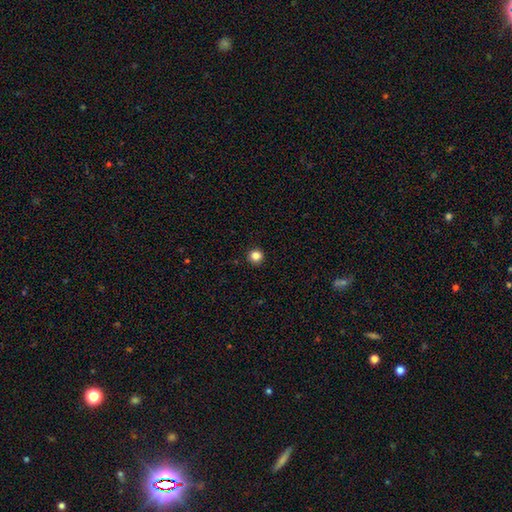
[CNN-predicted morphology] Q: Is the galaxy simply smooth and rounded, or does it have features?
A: smooth — 84%.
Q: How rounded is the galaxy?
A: round — 96%.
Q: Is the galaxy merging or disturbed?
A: none — 93%.